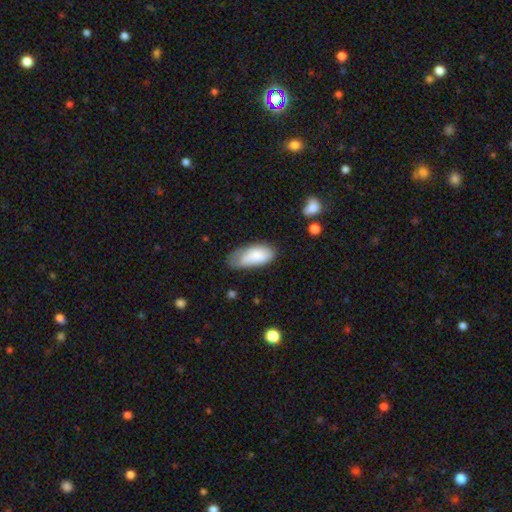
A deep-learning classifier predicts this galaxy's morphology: Smooth or featured: smooth — 82% (featured or disk — 12%)
How rounded: in between — 89% (cigar-shaped — 9%)
Merging: none — 48% (minor disturbance — 36%)